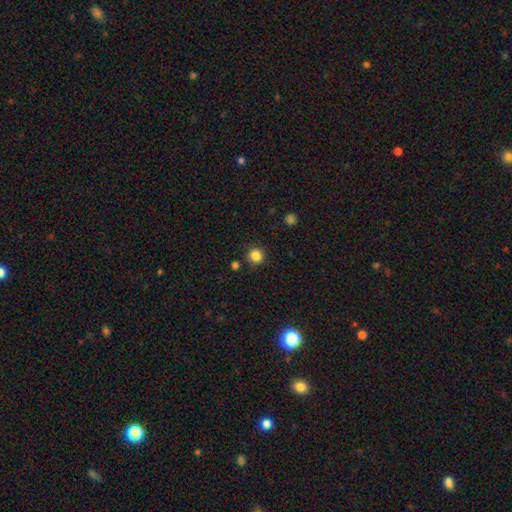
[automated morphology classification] A smooth galaxy with no disk features (84%) that is round (94%). Merging: none (88%).